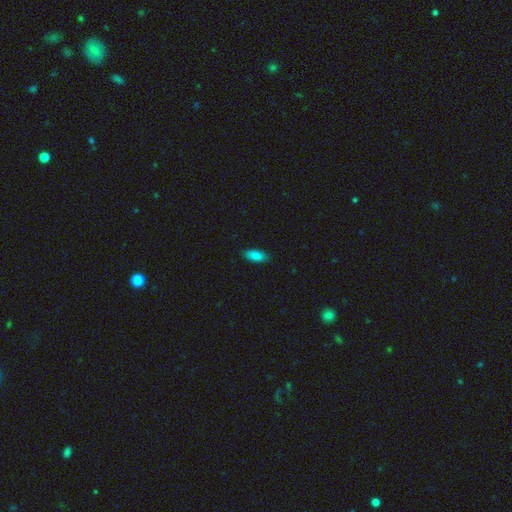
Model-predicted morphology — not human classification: smooth-or-featured: smooth: 86% | star or artifact: 8% | featured or disk: 6%
  how-rounded: in between: 83% | cigar-shaped: 15% | round: 2%
  merging: none: 87% | minor disturbance: 10% | major disturbance: 2% | merger: 1%